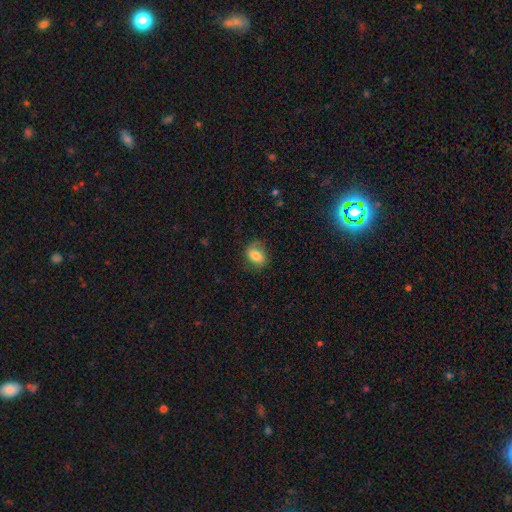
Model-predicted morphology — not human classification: smooth-or-featured: smooth: 70% | featured or disk: 22% | star or artifact: 8%
  how-rounded: in between: 69% | round: 30% | cigar-shaped: 1%
  merging: none: 70% | minor disturbance: 21% | major disturbance: 8% | merger: 1%